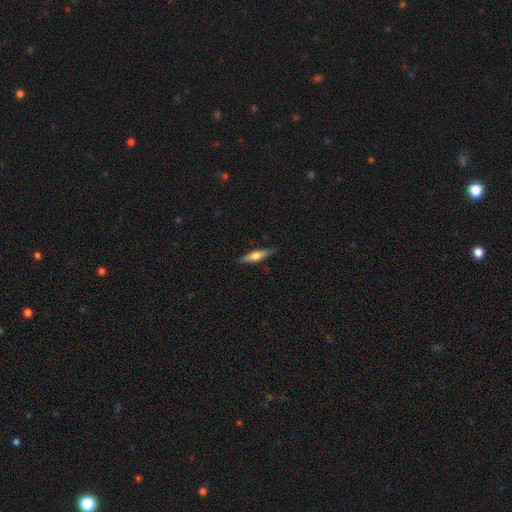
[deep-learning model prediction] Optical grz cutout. It shows a smooth galaxy with no disk features (49%). Merging: none (87%).